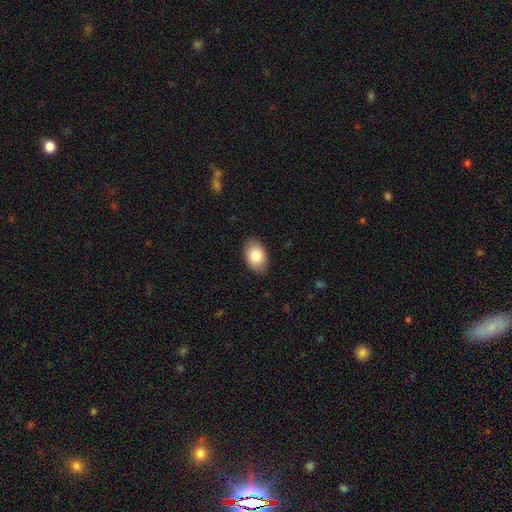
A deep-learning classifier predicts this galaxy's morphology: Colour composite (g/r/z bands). It shows a smooth galaxy with no disk features (85%) that is in between round and cigar-shaped (89%). Merging: none (87%).